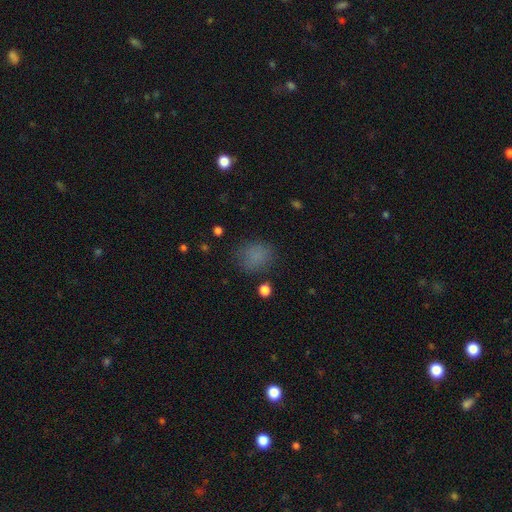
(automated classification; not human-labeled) Morphology: type=smooth (78%); roundness=round (63%); merging=none (75%).